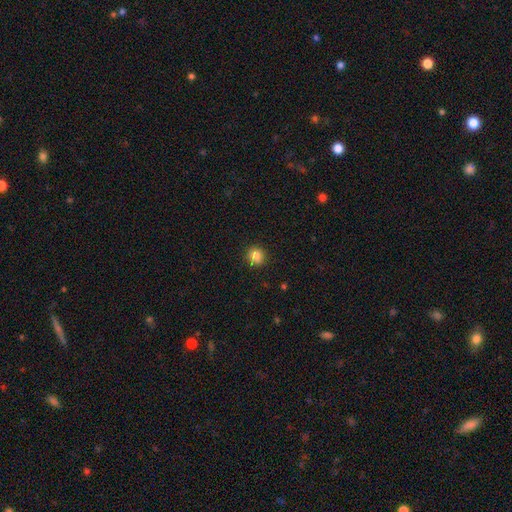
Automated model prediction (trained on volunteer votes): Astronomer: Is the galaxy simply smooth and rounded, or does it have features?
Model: smooth — 84%.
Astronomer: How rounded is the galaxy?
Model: round — 85%.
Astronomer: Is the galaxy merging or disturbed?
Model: none — 84%.